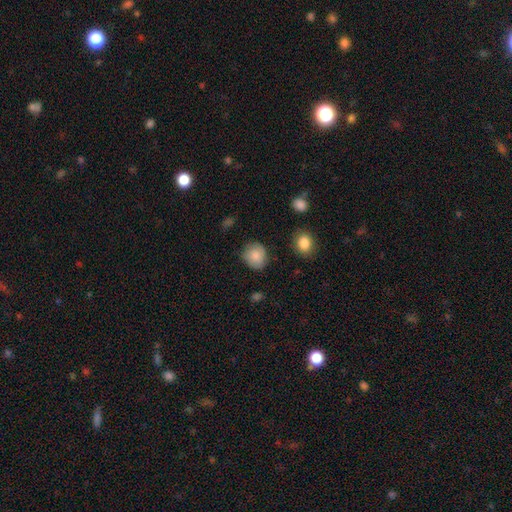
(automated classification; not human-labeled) The model was most divided on "how rounded": round: 79%, in between: 20%, cigar-shaped: 1%. More confident: smooth or featured — smooth (83%); merging — none (79%).